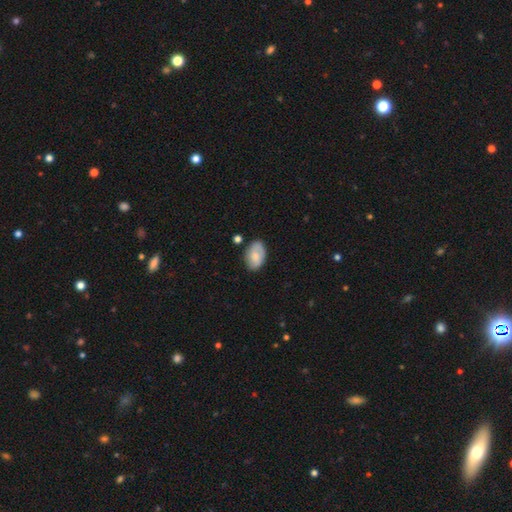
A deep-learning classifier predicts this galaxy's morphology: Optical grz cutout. It shows a smooth galaxy with no disk features (66%) that is in between round and cigar-shaped (89%). Merging: none (75%).